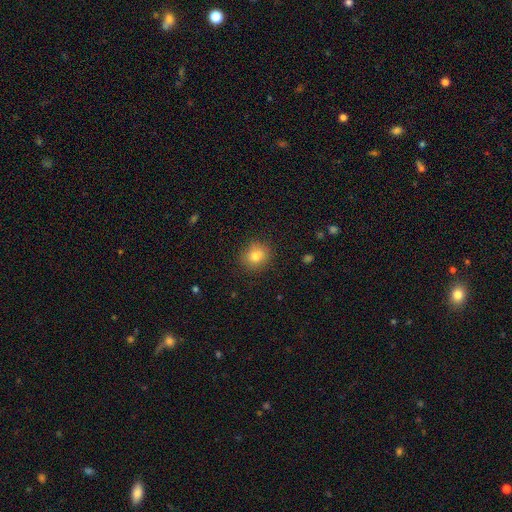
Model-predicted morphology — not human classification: Overall: smooth (82%). How rounded: round (77%). Merging: none (86%).